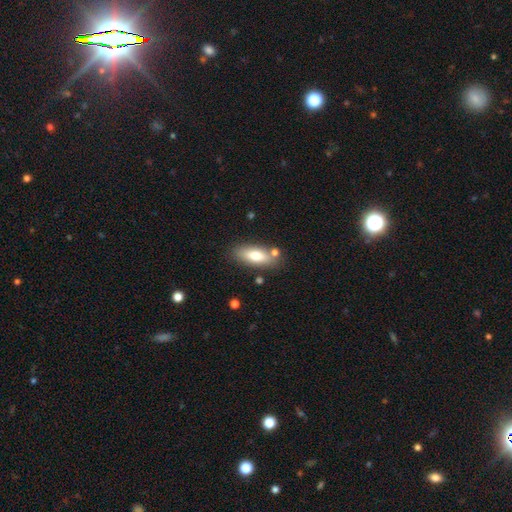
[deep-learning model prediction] This appears to be a smooth galaxy with no disk features (74%) that is in between round and cigar-shaped (74%). Merging: none (75%).